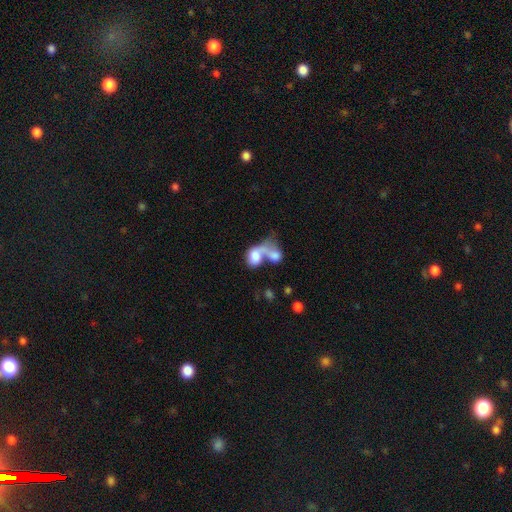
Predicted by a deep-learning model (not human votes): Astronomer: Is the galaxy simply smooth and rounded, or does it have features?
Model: smooth — 68%.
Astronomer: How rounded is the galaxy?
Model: in between — 68%.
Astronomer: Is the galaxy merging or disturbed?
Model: merger — 74%.